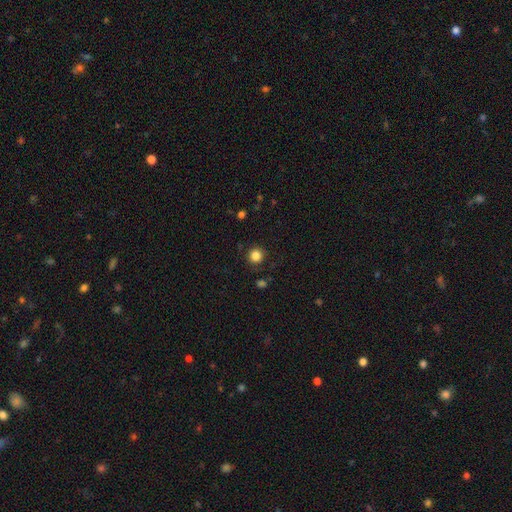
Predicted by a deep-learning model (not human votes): A smooth galaxy with no disk features (84%) that is round (93%).

Vote fractions:
- Smooth or featured? smooth: 84% / star or artifact: 11% / featured or disk: 4%
- How rounded? round: 93% / in between: 6% / cigar-shaped: 1%
- Merging? none: 88% / minor disturbance: 8% / major disturbance: 3% / merger: 2%